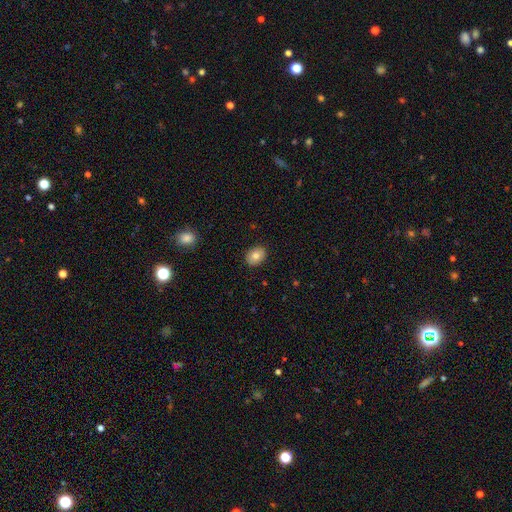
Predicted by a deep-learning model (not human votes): Smooth or featured? Predicted: smooth (p=0.80). How rounded? Predicted: in between (p=0.62). Merging? Predicted: none (p=0.89).